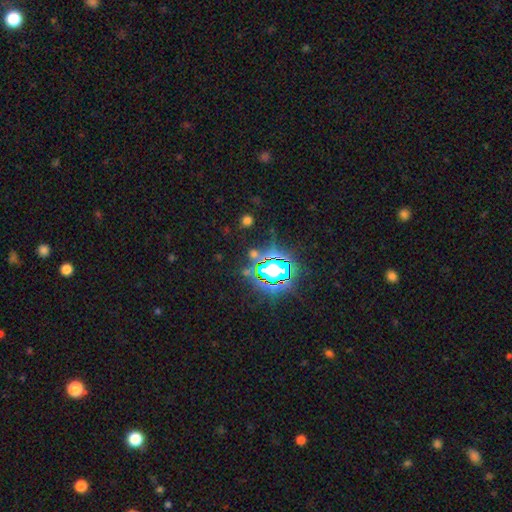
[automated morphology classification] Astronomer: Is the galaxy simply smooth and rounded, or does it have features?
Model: star or artifact — 74%.